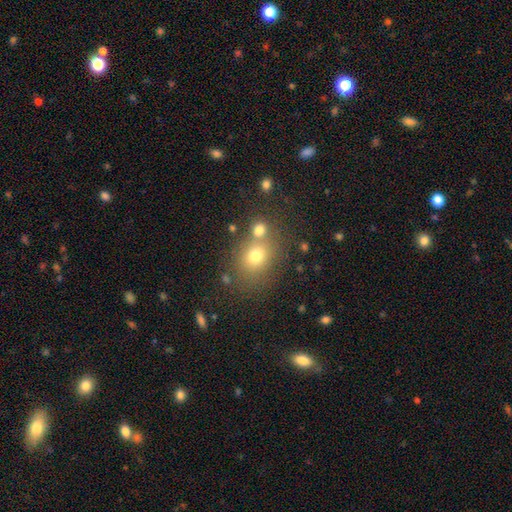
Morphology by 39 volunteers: smooth 72%, featured or disk 21%, star or artifact 8%. Down the decision tree: how rounded — round (71%); merging — none (50%).